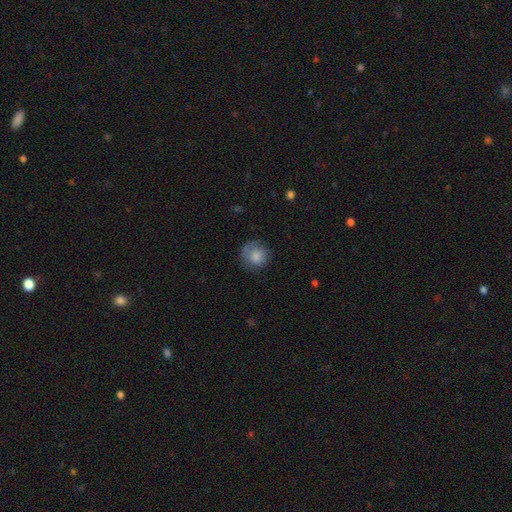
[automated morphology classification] Smooth or featured? Predicted: smooth (p=0.78). How rounded? Predicted: round (p=0.85). Merging? Predicted: none (p=0.68).